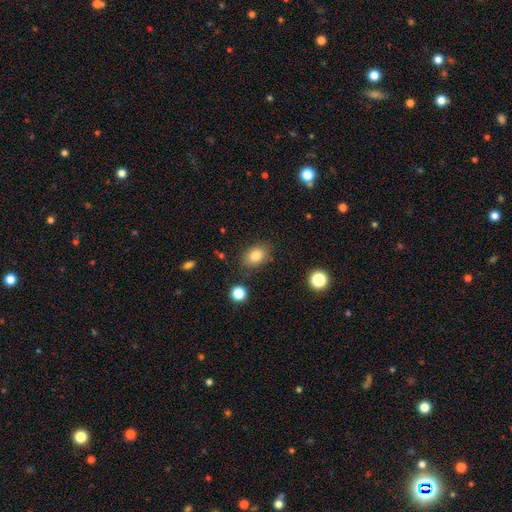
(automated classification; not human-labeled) Smooth or featured? Predicted: smooth (p=0.81). How rounded? Predicted: in between (p=0.73). Merging? Predicted: none (p=0.82).